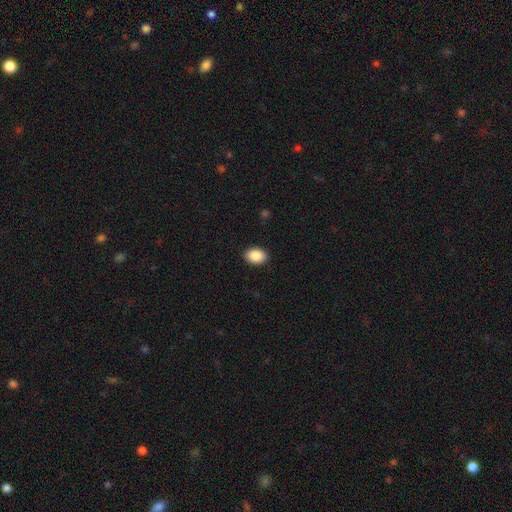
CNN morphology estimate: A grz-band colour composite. It shows a smooth galaxy with no disk features (90%) that is in between round and cigar-shaped (82%). Merging: none (90%).